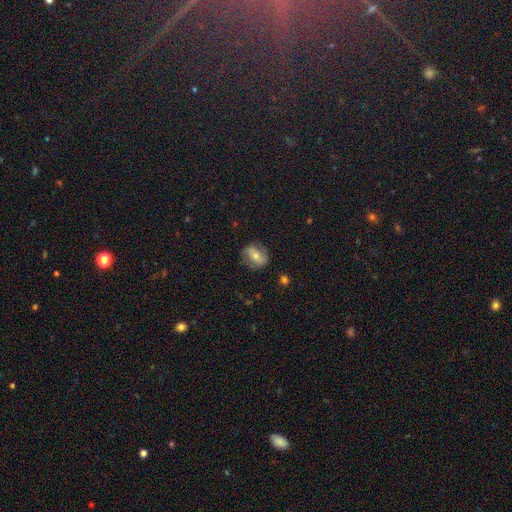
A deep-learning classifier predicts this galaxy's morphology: The model was most divided on "smooth or featured": smooth: 50%, featured or disk: 41%, star or artifact: 9%. More confident: merging — none (76%); how rounded — in between (55%).